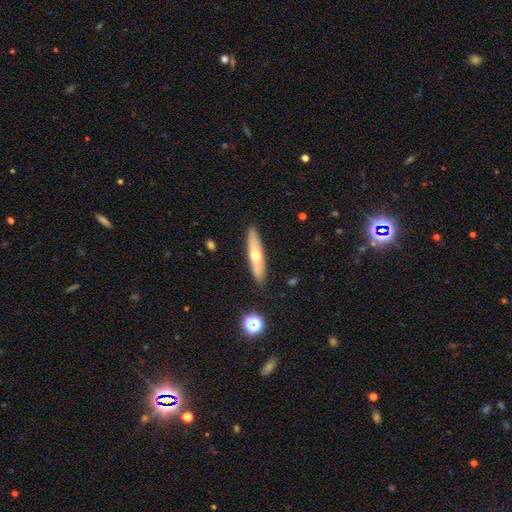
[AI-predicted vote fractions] Smooth or featured?
  - smooth: 47% *
  - featured or disk: 46%
  - star or artifact: 7%
Merging?
  - none: 87% *
  - minor disturbance: 9%
  - major disturbance: 2%
  - merger: 2%